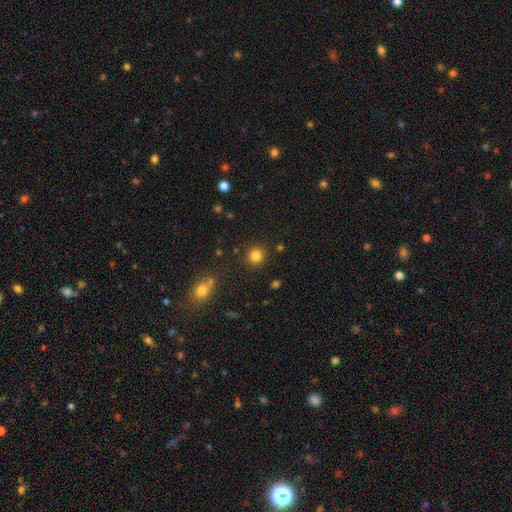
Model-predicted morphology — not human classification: Overall: smooth (82%). How rounded: round (91%). Merging: none (88%).